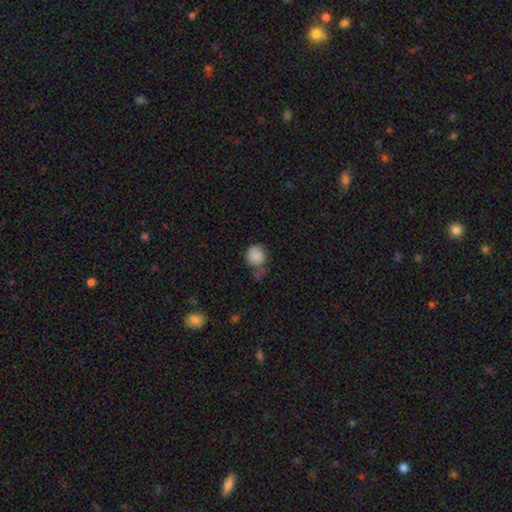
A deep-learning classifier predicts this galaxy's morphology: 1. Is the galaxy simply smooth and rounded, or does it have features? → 85% smooth, 8% star or artifact, 6% featured or disk.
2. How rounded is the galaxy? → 84% round, 15% in between, 1% cigar-shaped.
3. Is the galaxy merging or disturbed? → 48% none, 27% minor disturbance, 13% major disturbance, 12% merger.